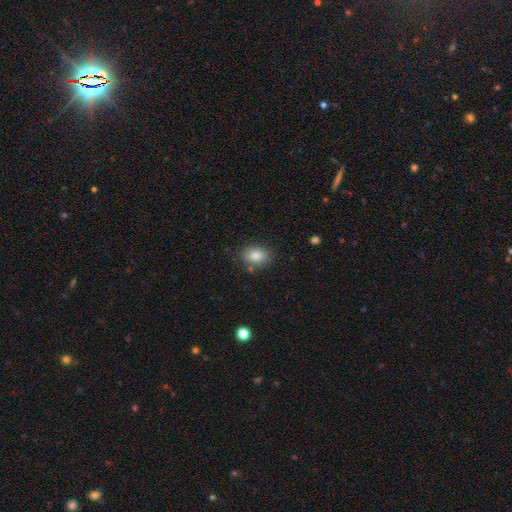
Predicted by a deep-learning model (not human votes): Smooth or featured: smooth — 85% (star or artifact — 8%)
How rounded: in between — 70% (round — 29%)
Merging: none — 81% (minor disturbance — 13%)